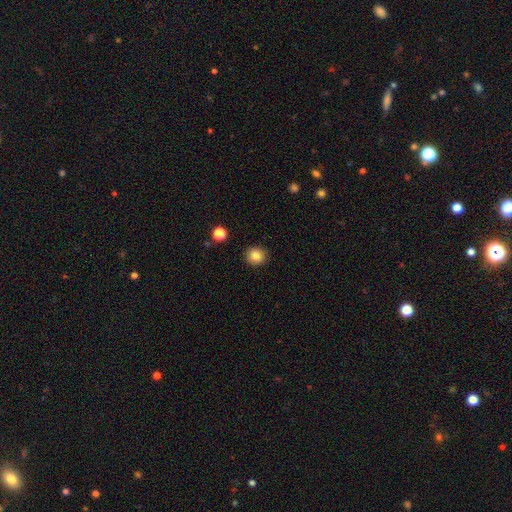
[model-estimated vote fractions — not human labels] This is clearly a smooth galaxy (84%). How rounded: clearly round (90%). Merging: clearly none (91%).